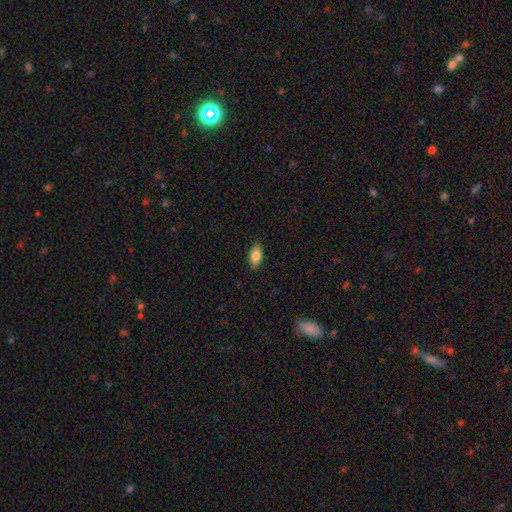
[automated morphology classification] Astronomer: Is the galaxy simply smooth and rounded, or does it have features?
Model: smooth — 82%.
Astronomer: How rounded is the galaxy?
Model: in between — 90%.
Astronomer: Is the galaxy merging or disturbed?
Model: none — 88%.